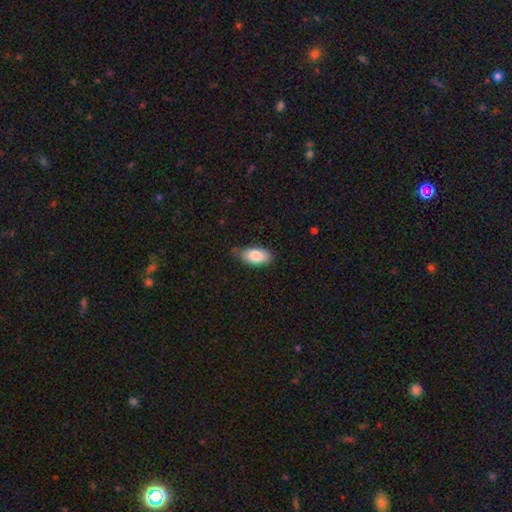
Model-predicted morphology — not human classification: This appears to be a smooth galaxy with no disk features (85%) that is in between round and cigar-shaped (93%). Merging: none (68%).